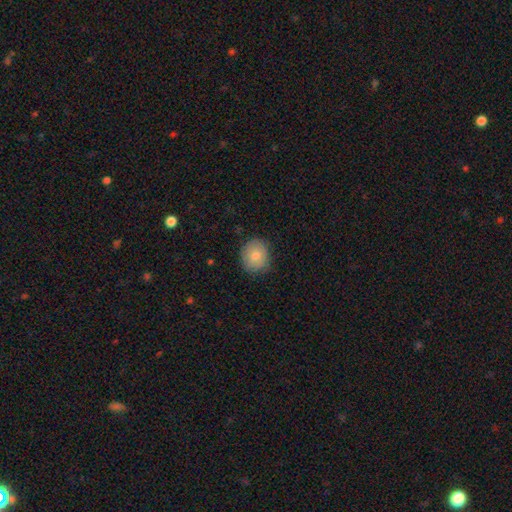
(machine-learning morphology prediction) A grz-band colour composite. It shows a smooth galaxy with no disk features (80%) that is round (71%). Merging: none (79%).